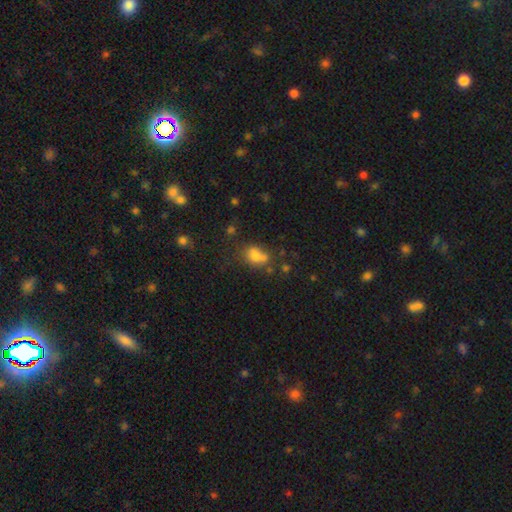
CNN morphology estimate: This appears to be a smooth galaxy with no disk features (73%) that is in between round and cigar-shaped (66%). Merging: none (42%).